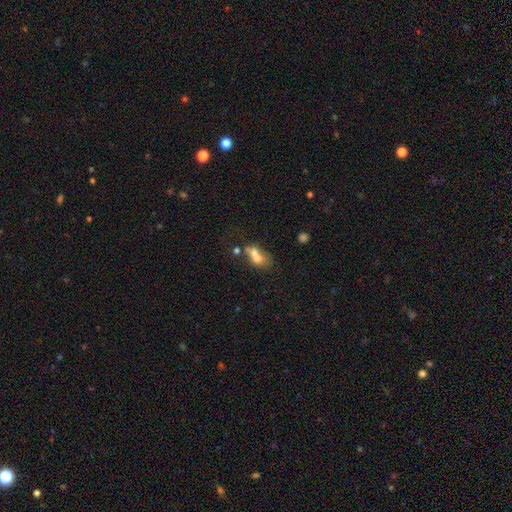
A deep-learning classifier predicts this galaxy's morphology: Overall: smooth (61%; featured or disk 27%). How rounded: in between (64%; round 33%). Merging: merger (59%; none 22%).